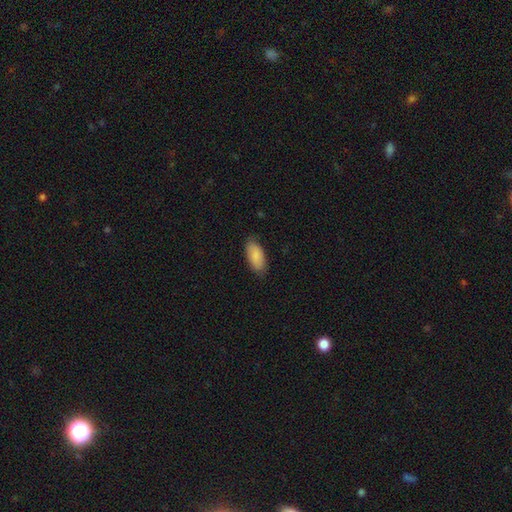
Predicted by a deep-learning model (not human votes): Overall: smooth (88%). How rounded: in between (90%). Merging: none (82%).